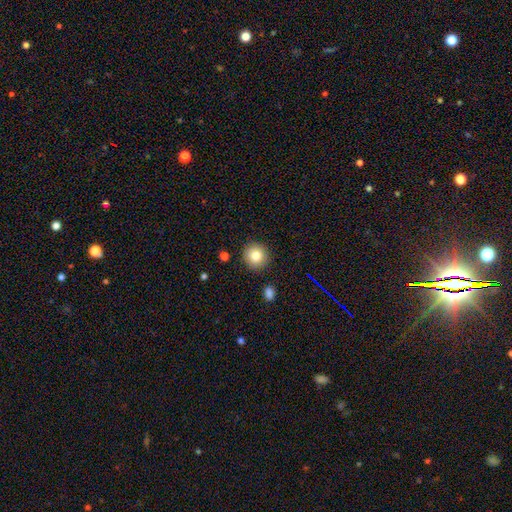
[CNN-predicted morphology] Q: Smooth or featured?
A: smooth (82%); runner-up: star or artifact (10%)
Q: How rounded?
A: round (94%); runner-up: in between (5%)
Q: Merging?
A: none (90%); runner-up: minor disturbance (6%)